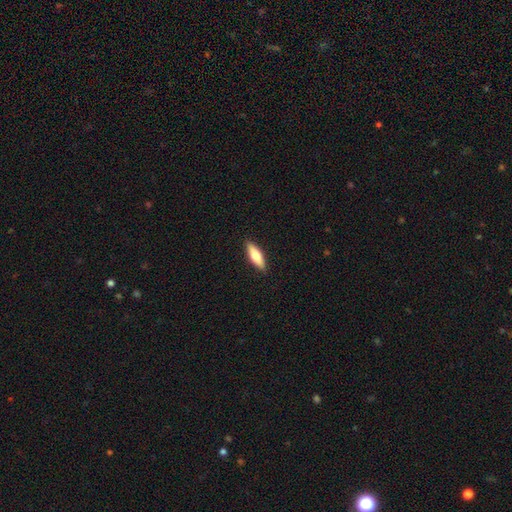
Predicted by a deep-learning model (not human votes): A smooth galaxy with no disk features (63%) that is in between round and cigar-shaped (49%, tied with cigar-shaped). Merging: none (90%).